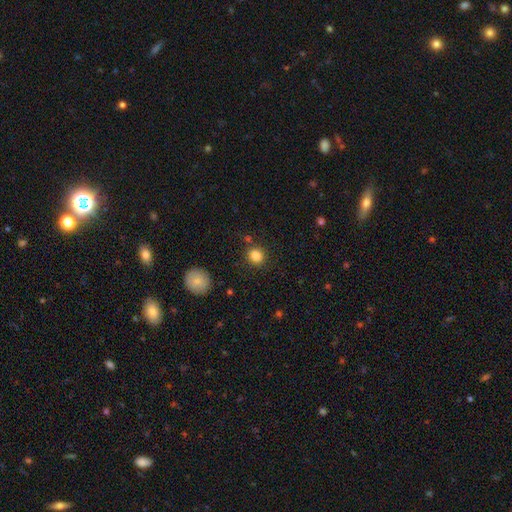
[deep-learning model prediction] smooth-or-featured: smooth: 84% | star or artifact: 11% | featured or disk: 5%
  how-rounded: round: 85% | in between: 14% | cigar-shaped: 1%
  merging: none: 85% | minor disturbance: 8% | merger: 4% | major disturbance: 3%